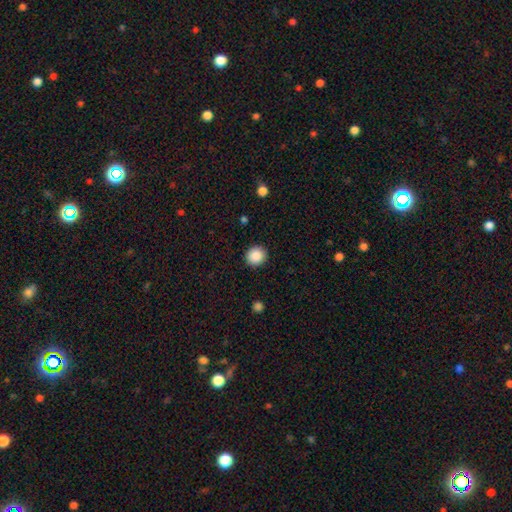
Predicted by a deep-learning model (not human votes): The model was most divided on "smooth or featured": smooth: 88%, star or artifact: 9%, featured or disk: 3%. More confident: how rounded — round (91%); merging — none (91%).